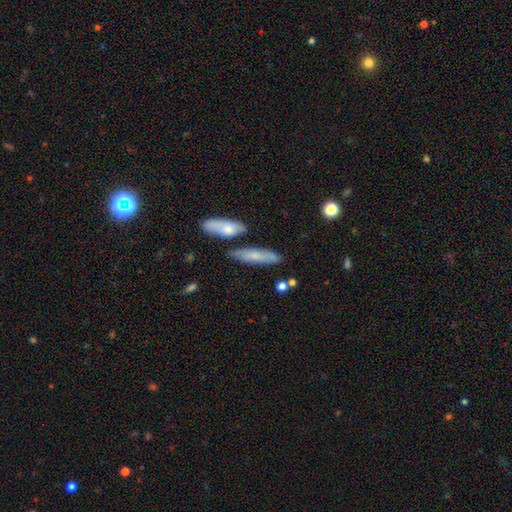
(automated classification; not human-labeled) The model was most divided on "smooth or featured": smooth: 62%, featured or disk: 30%, star or artifact: 8%. More confident: merging — none (73%); how rounded — cigar-shaped (70%).